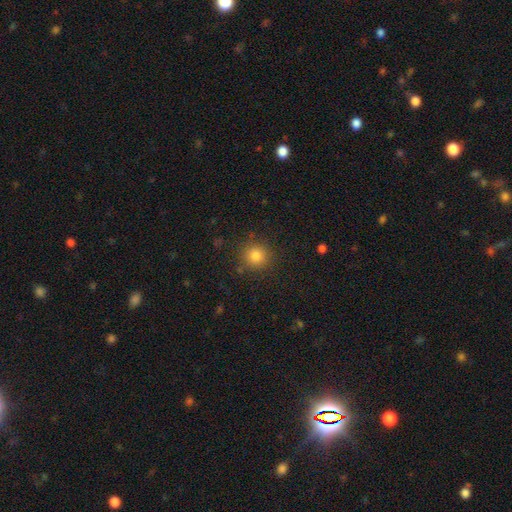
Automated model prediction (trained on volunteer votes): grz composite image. It shows a smooth galaxy with no disk features (81%) that is round (92%). Merging: none (88%).